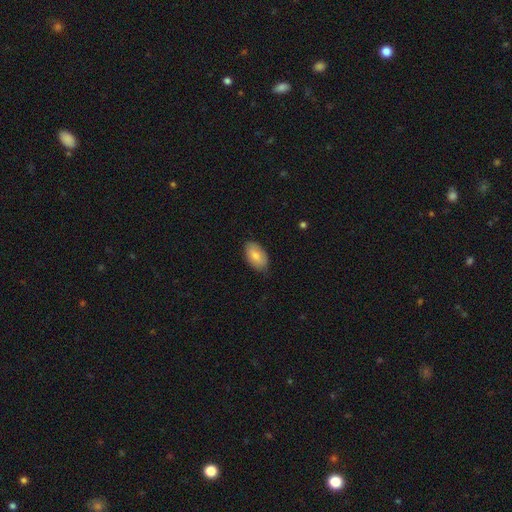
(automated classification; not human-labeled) Smooth or featured? smooth (79%)
How rounded? in between (94%)
Merging? none (80%)